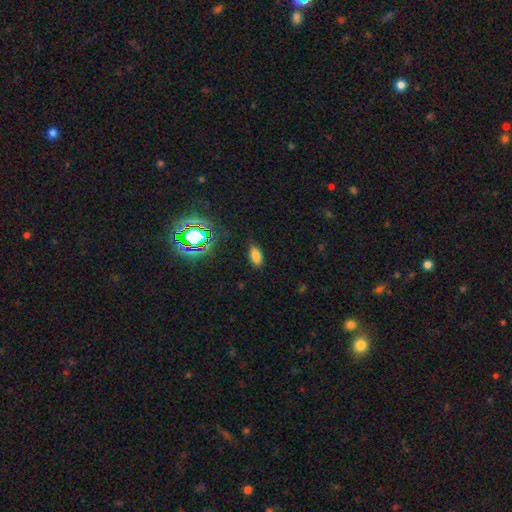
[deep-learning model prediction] smooth 75%, star or artifact 18%, featured or disk 8%. Down the decision tree: how rounded — in between (89%); merging — none (81%).